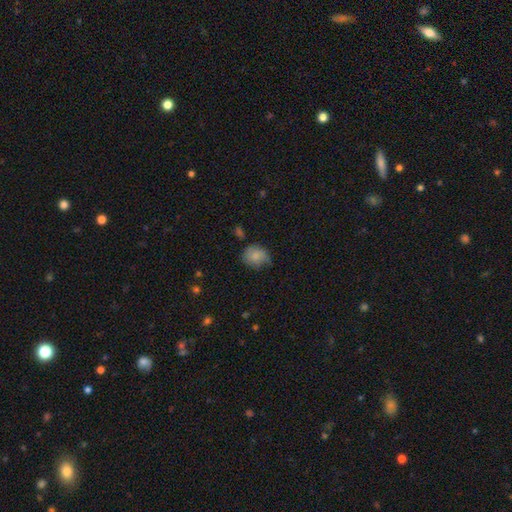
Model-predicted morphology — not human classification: Smooth or featured? Predicted: smooth (p=0.79). How rounded? Predicted: round (p=0.64). Merging? Predicted: none (p=0.62).